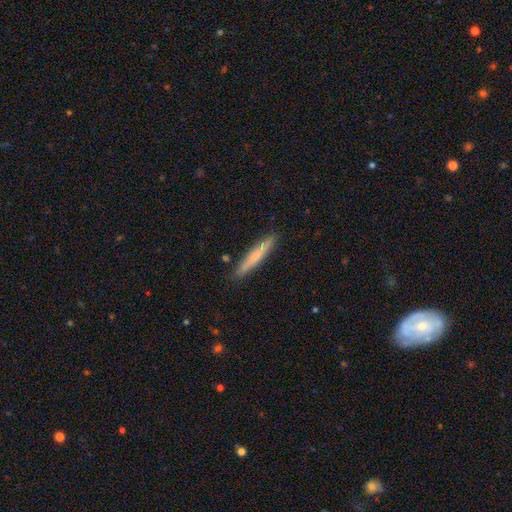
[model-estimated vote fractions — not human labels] This appears to be a smooth galaxy with no disk features (68%) that is cigar-shaped (95%). Merging: none (90%).